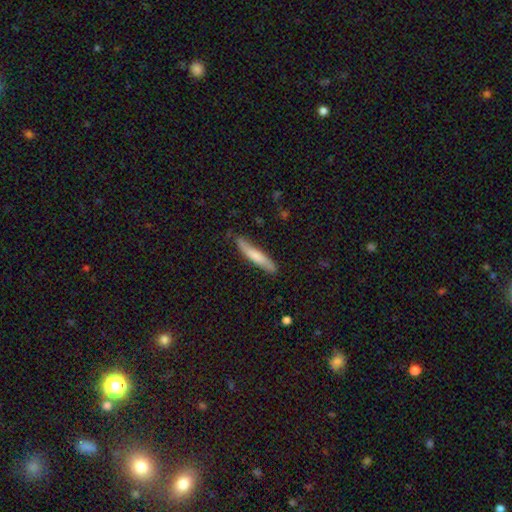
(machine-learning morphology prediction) smooth-or-featured: smooth: 66% | featured or disk: 29% | star or artifact: 5%
  how-rounded: cigar-shaped: 91% | in between: 8% | round: 1%
  merging: none: 76% | minor disturbance: 19% | major disturbance: 3% | merger: 2%